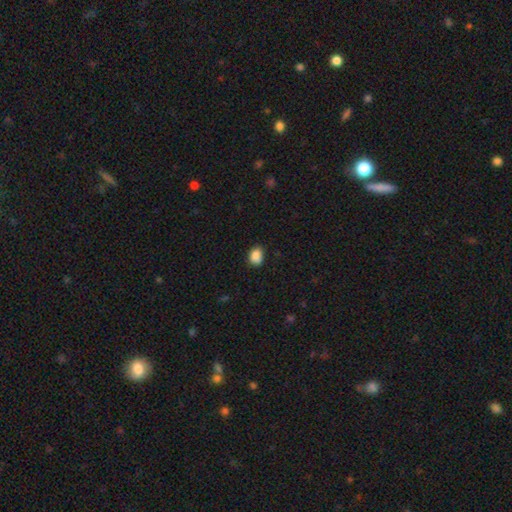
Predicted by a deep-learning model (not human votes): A smooth galaxy with no disk features (87%) that is in between round and cigar-shaped (64%).

Vote fractions:
- Smooth or featured? smooth: 87% / star or artifact: 9% / featured or disk: 4%
- How rounded? in between: 64% / round: 35% / cigar-shaped: 1%
- Merging? none: 79% / minor disturbance: 17% / major disturbance: 3% / merger: 1%